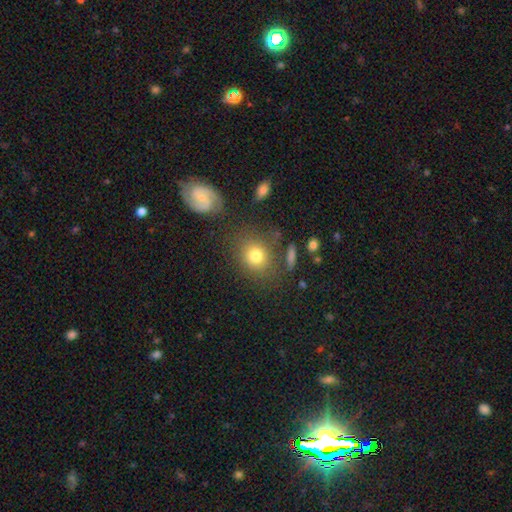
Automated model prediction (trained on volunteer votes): This is likely a smooth galaxy (75%). How rounded: likely round (69%). Merging: likely none (74%).